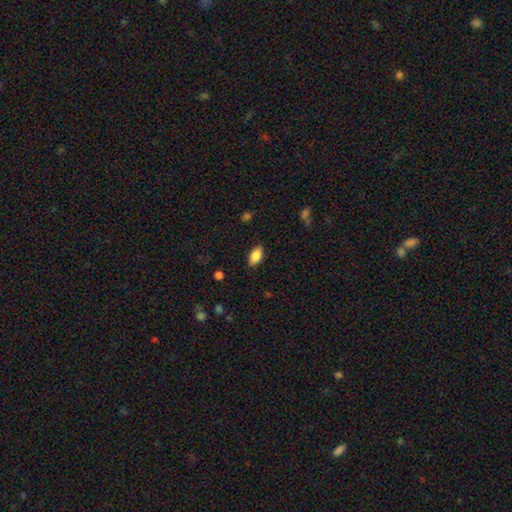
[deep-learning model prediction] Q: Smooth or featured?
A: smooth (86%); runner-up: star or artifact (7%)
Q: How rounded?
A: in between (91%); runner-up: cigar-shaped (5%)
Q: Merging?
A: none (86%); runner-up: minor disturbance (11%)